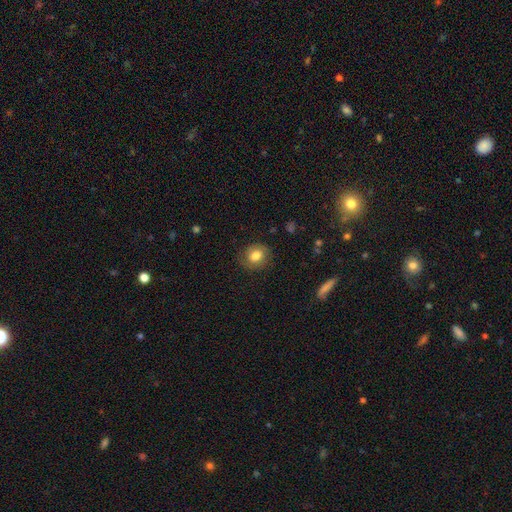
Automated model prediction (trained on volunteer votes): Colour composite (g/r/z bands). It shows a smooth galaxy with no disk features (70%) that is round (67%). Merging: none (79%).